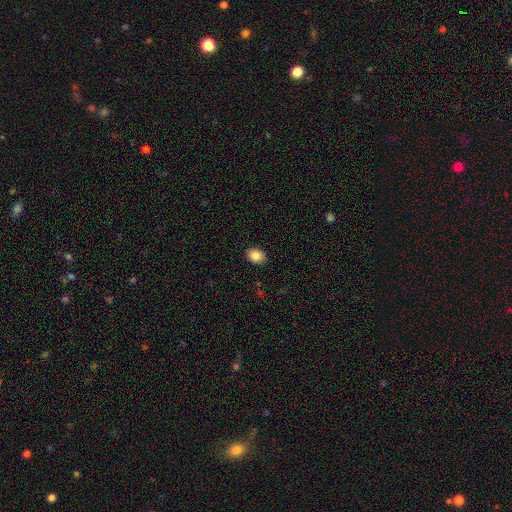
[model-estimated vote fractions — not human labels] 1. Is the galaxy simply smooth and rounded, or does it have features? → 89% smooth, 8% star or artifact, 3% featured or disk.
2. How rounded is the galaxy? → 69% in between, 30% round, 1% cigar-shaped.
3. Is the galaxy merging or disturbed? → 88% none, 8% minor disturbance, 2% major disturbance, 1% merger.